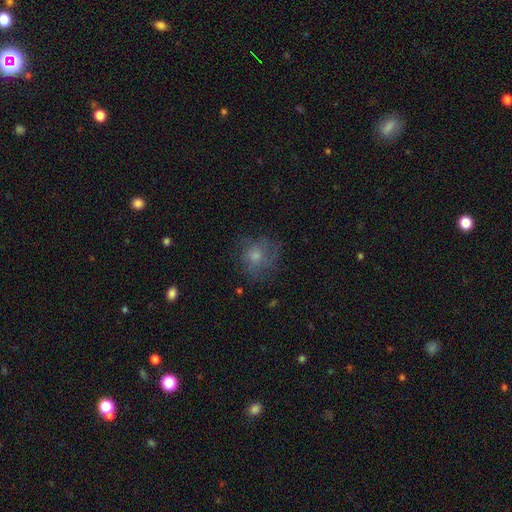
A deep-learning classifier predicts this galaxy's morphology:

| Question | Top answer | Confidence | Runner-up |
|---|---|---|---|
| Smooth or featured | smooth | 55% | featured or disk (29%) |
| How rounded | round | 82% | in between (17%) |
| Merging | none | 67% | minor disturbance (19%) |